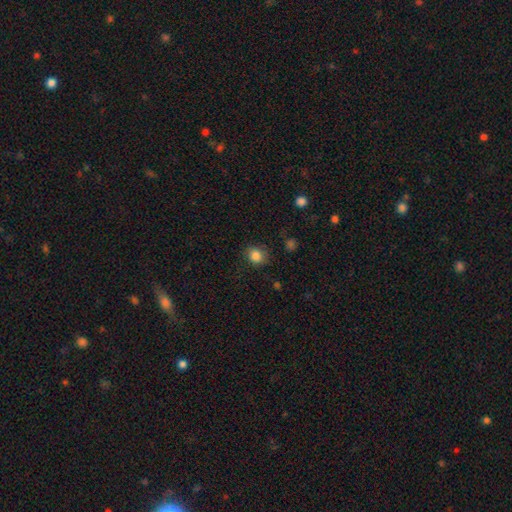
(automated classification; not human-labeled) This appears to be a smooth galaxy with no disk features (84%) that is round (69%). Merging: none (79%).